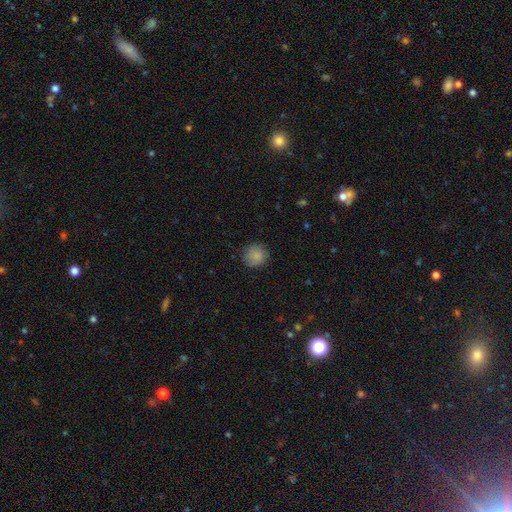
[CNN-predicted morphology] Overall: smooth (84%). How rounded: round (91%). Merging: none (83%).